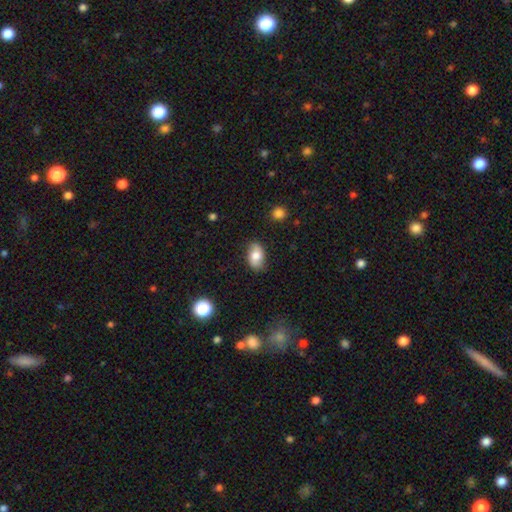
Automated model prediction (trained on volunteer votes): Morphology: type=smooth (75%); roundness=in between (90%); merging=none (80%).